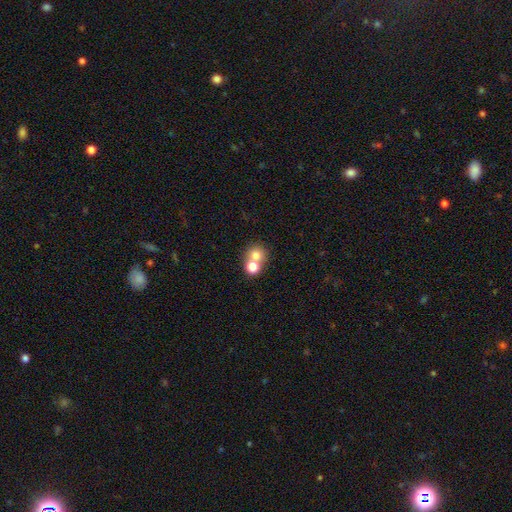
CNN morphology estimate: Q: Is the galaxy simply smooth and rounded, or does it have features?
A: smooth — 75%.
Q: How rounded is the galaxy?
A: round — 83%.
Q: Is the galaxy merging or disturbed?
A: merger — 52%.